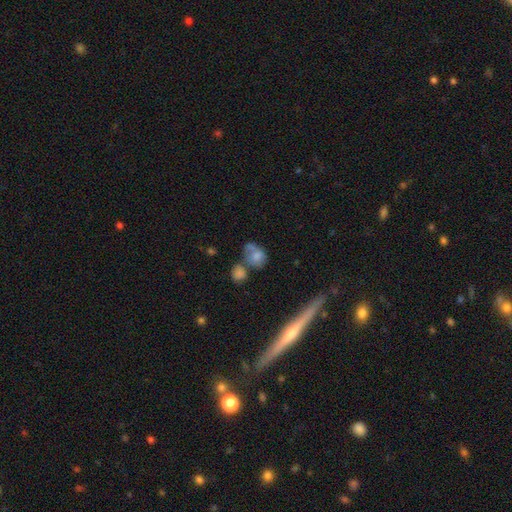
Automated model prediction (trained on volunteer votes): A smooth galaxy with no disk features (67%) that is round (52%).

Vote fractions:
- Smooth or featured? smooth: 67% / featured or disk: 21% / star or artifact: 11%
- How rounded? round: 52% / in between: 46% / cigar-shaped: 2%
- Merging? none: 35% / merger: 34% / minor disturbance: 18% / major disturbance: 13%